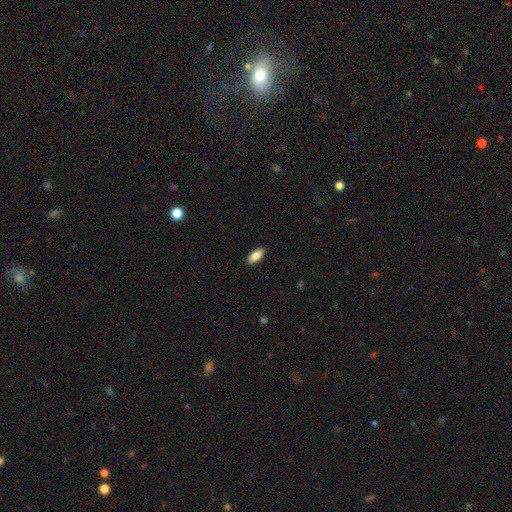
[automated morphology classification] A smooth galaxy with no disk features (86%) that is in between round and cigar-shaped (86%). Merging: none (90%).